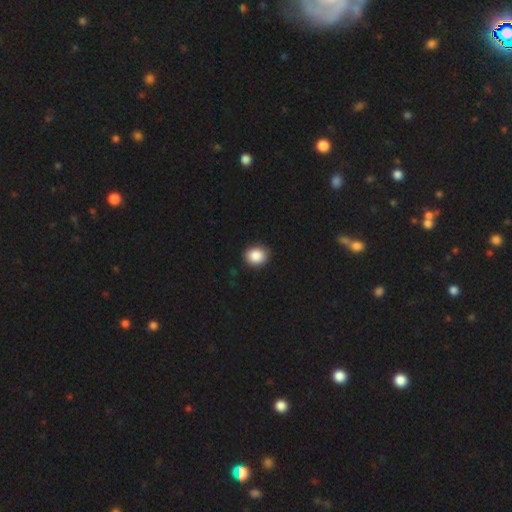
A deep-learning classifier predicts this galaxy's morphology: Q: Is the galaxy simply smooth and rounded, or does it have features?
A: smooth — 88%.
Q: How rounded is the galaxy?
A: round — 69%.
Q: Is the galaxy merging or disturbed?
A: none — 89%.